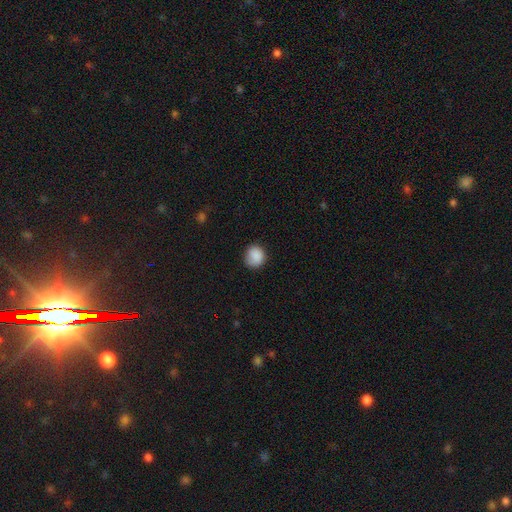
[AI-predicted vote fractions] Smooth or featured? smooth (87%)
How rounded? round (81%)
Merging? none (76%)